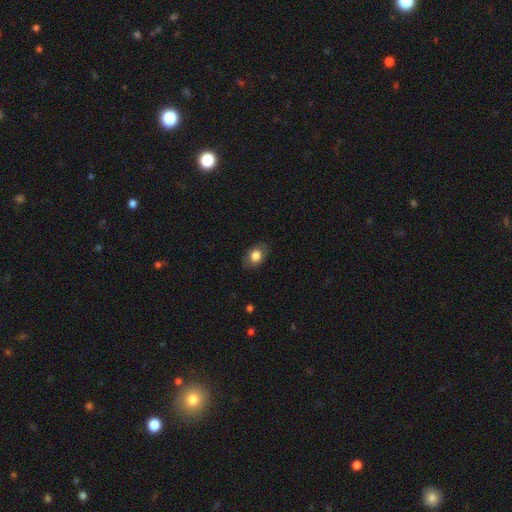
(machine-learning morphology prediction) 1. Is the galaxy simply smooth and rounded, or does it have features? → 79% smooth, 13% featured or disk, 8% star or artifact.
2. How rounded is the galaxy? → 79% in between, 20% round, 1% cigar-shaped.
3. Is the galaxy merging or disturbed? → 81% none, 14% minor disturbance, 4% major disturbance, 1% merger.